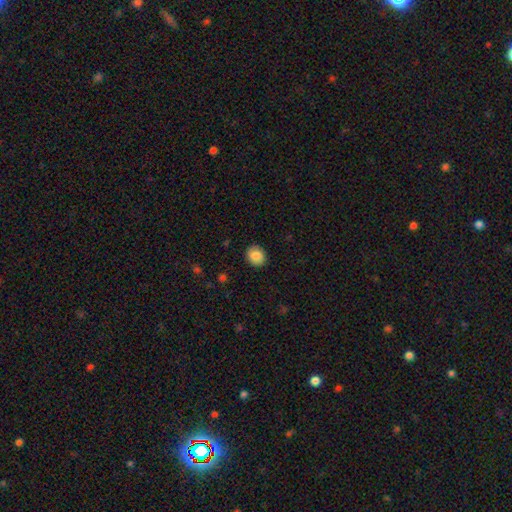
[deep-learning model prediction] This appears to be a smooth galaxy with no disk features (85%) that is round (71%). Merging: none (88%).